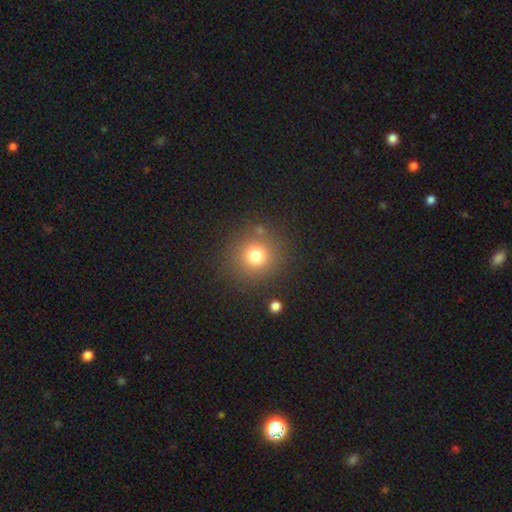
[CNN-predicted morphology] Smooth or featured?
  - smooth: 76% *
  - star or artifact: 16%
  - featured or disk: 9%
How rounded?
  - round: 92% *
  - in between: 7%
  - cigar-shaped: 1%
Merging?
  - none: 85% *
  - minor disturbance: 8%
  - major disturbance: 4%
  - merger: 4%